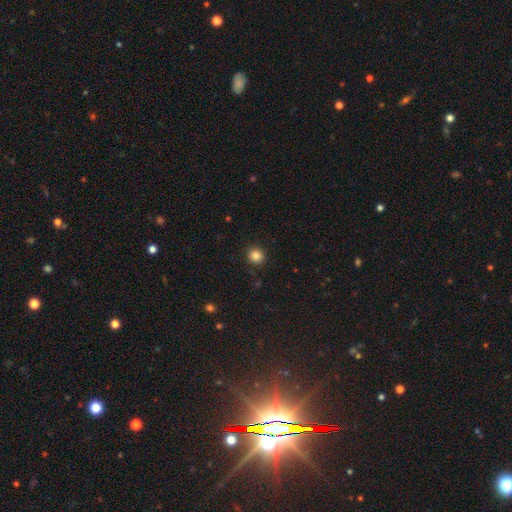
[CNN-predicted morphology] smooth 85%, star or artifact 11%, featured or disk 4%. Down the decision tree: how rounded — round (88%); merging — none (90%).